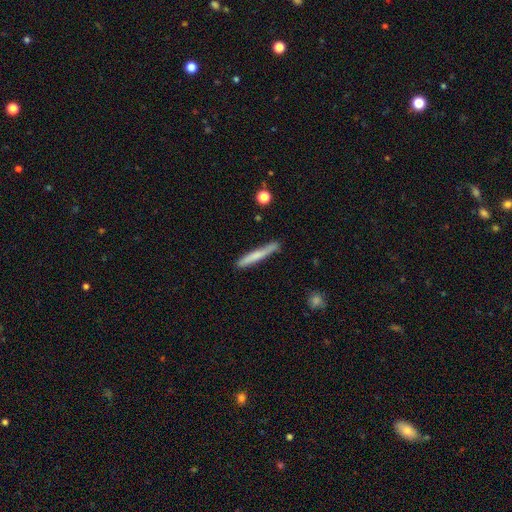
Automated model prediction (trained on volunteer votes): Smooth or featured? Predicted: smooth (p=0.66). How rounded? Predicted: cigar-shaped (p=0.95). Merging? Predicted: none (p=0.80).